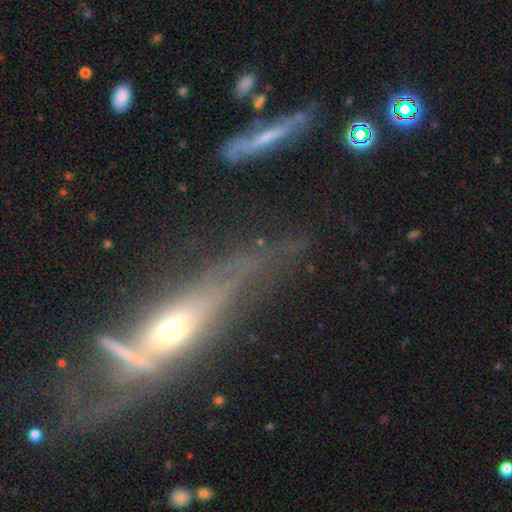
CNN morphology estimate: Smooth or featured? Predicted: featured or disk (p=0.61). Edge-on disk? Predicted: yes (p=0.62). Merging? Predicted: none (p=0.36).